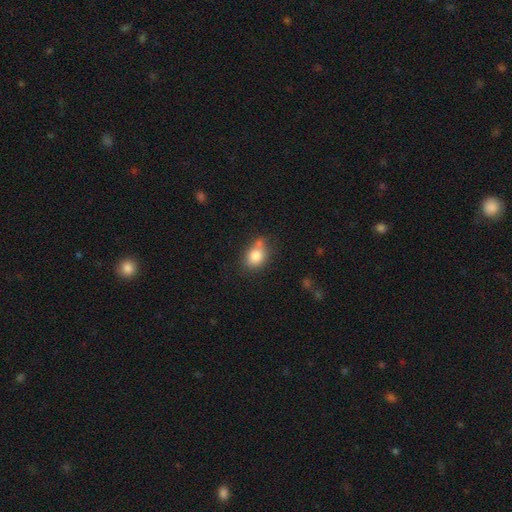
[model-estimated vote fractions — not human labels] This is clearly a smooth galaxy (82%). How rounded: possibly in between (56%). Merging: possibly none (57%).